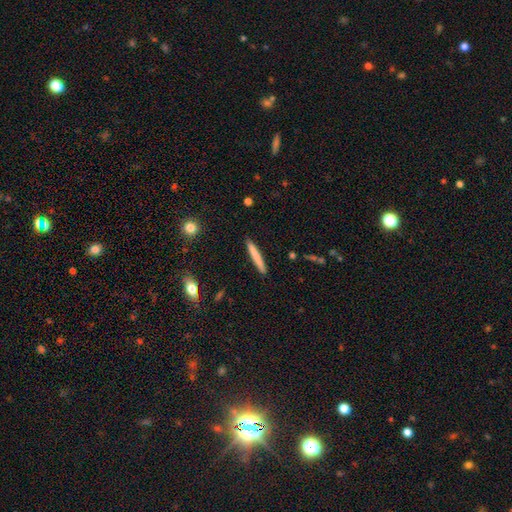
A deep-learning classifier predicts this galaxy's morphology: type=smooth (74%); roundness=cigar-shaped (96%); merging=none (91%).